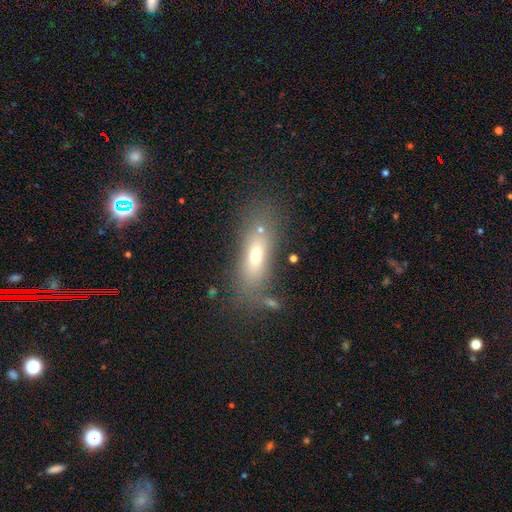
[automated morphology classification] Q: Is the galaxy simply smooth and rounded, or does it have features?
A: smooth — 66%.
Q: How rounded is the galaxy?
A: in between — 61%.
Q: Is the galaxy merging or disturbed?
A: none — 67%.